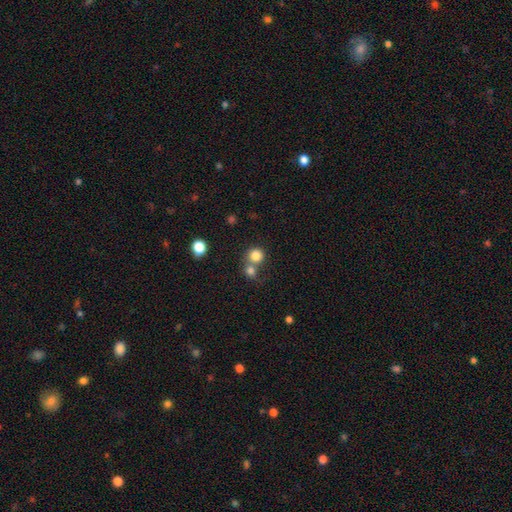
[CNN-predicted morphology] A smooth galaxy with no disk features (81%) that is round (90%).

Vote fractions:
- Smooth or featured? smooth: 81% / star or artifact: 12% / featured or disk: 7%
- How rounded? round: 90% / in between: 9% / cigar-shaped: 1%
- Merging? none: 51% / merger: 39% / minor disturbance: 7% / major disturbance: 3%